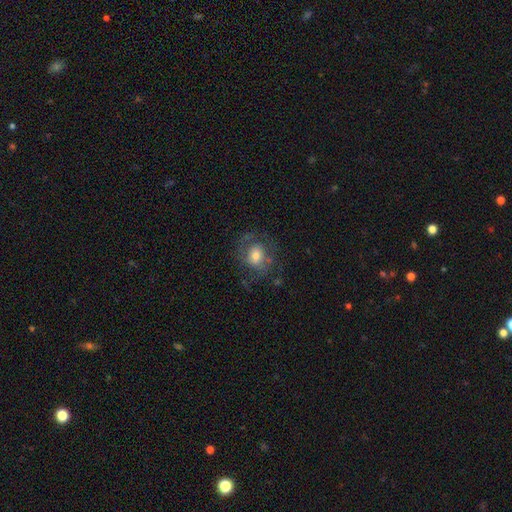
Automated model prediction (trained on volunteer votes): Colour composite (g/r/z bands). It shows a smooth galaxy with no disk features (51%) that is round (65%). Merging: none (59%).